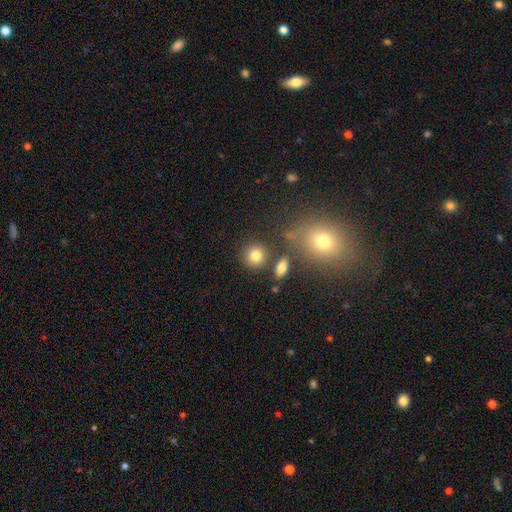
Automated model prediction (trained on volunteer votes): The model was most divided on "smooth or featured": smooth: 80%, star or artifact: 12%, featured or disk: 8%. More confident: how rounded — round (86%); merging — none (78%).